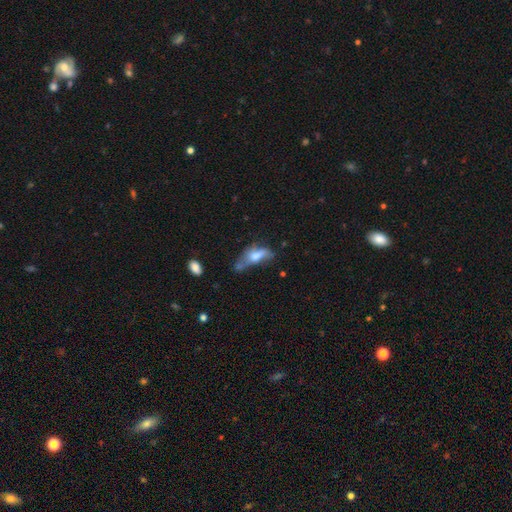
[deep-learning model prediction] Smooth or featured: smooth — 51% (featured or disk — 39%)
How rounded: in between — 72% (cigar-shaped — 24%)
Merging: major disturbance — 31% (none — 26%)